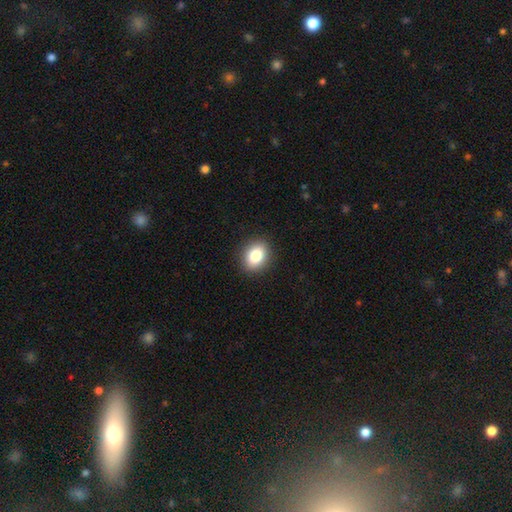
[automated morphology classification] smooth_or_featured: smooth (p=0.84) [alt: star or artifact p=0.09]
how_rounded: in between (p=0.65) [alt: round p=0.34]
merging: none (p=0.90) [alt: minor disturbance p=0.07]